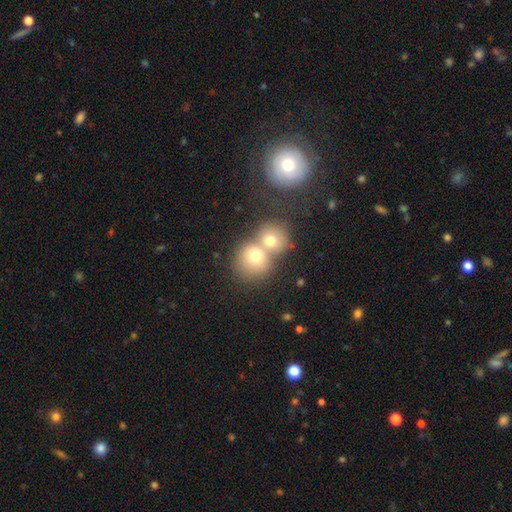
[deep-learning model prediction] Morphology: type=smooth (69%); roundness=round (80%); merging=merger (59%).